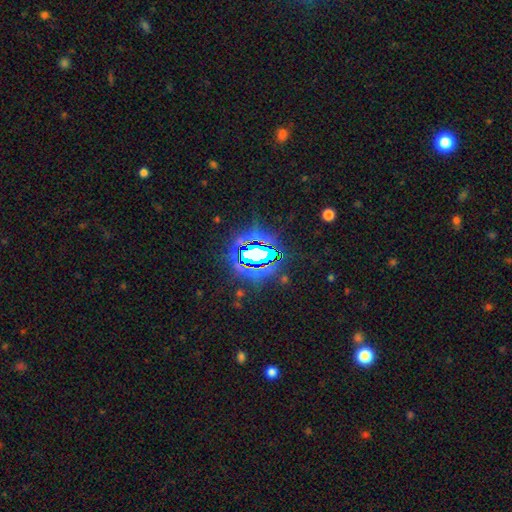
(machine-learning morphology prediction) smooth-or-featured: star or artifact: 75% | smooth: 14% | featured or disk: 11%